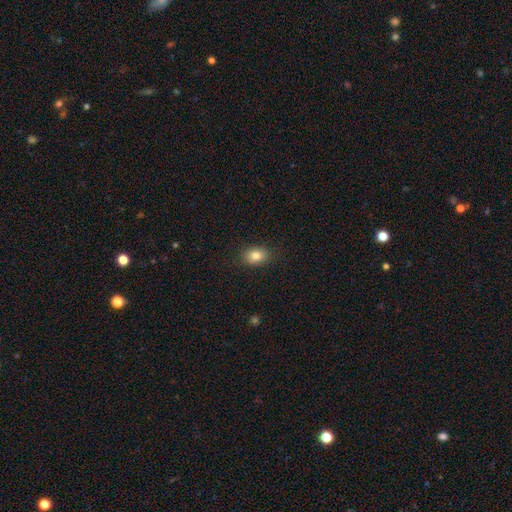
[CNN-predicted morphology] type=smooth (82%); roundness=in between (74%); merging=none (86%).